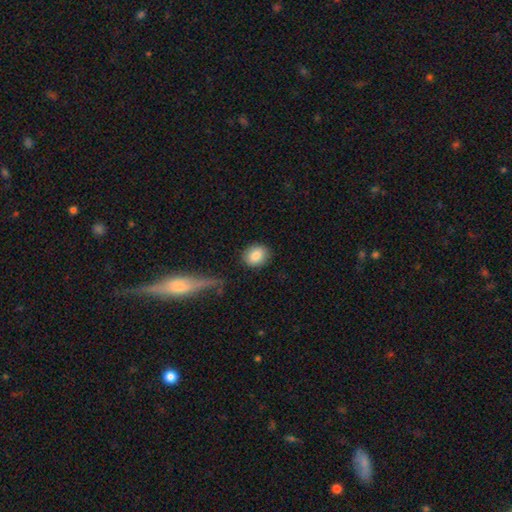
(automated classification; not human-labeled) Smooth or featured? smooth (86%)
How rounded? round (57%)
Merging? none (85%)